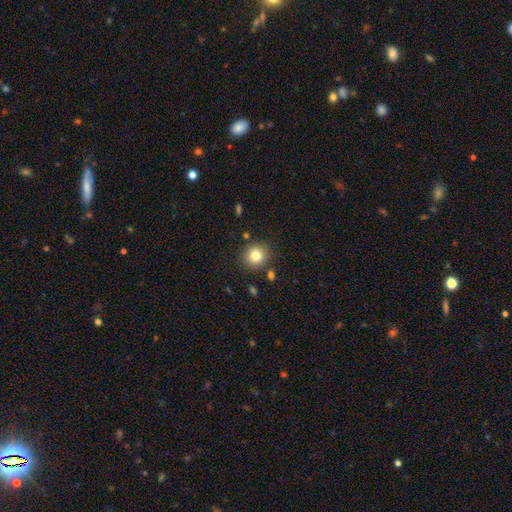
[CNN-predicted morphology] Q: Smooth or featured?
A: smooth (81%); runner-up: star or artifact (11%)
Q: How rounded?
A: round (86%); runner-up: in between (13%)
Q: Merging?
A: none (86%); runner-up: minor disturbance (8%)